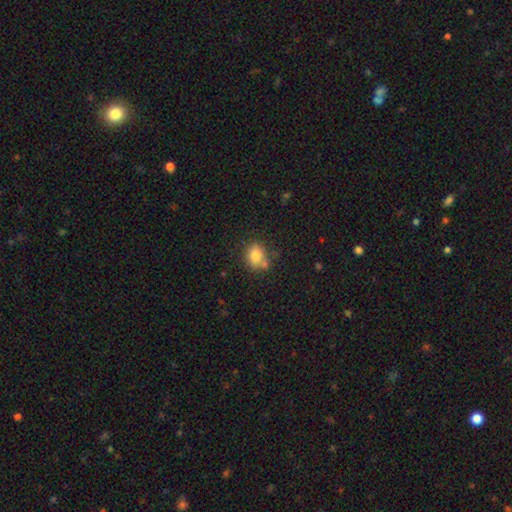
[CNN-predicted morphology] type=smooth (79%); roundness=round (50%); merging=none (61%).